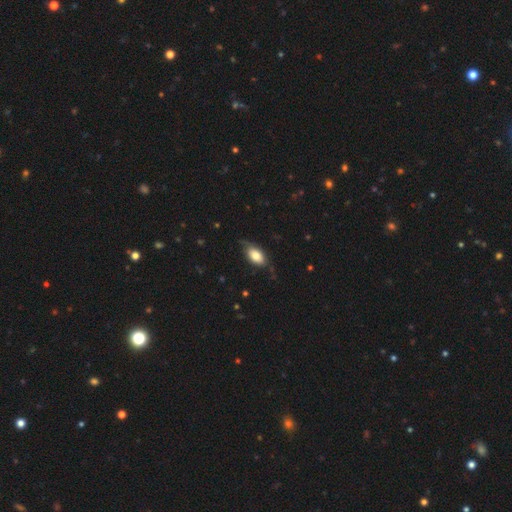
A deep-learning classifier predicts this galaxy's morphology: Smooth or featured? smooth (76%)
How rounded? in between (92%)
Merging? none (63%)